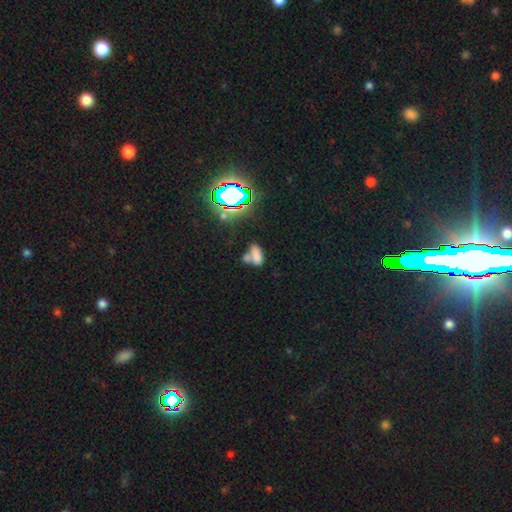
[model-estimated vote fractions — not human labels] Smooth or featured? Predicted: smooth (p=0.68). How rounded? Predicted: in between (p=0.84). Merging? Predicted: merger (p=0.45).